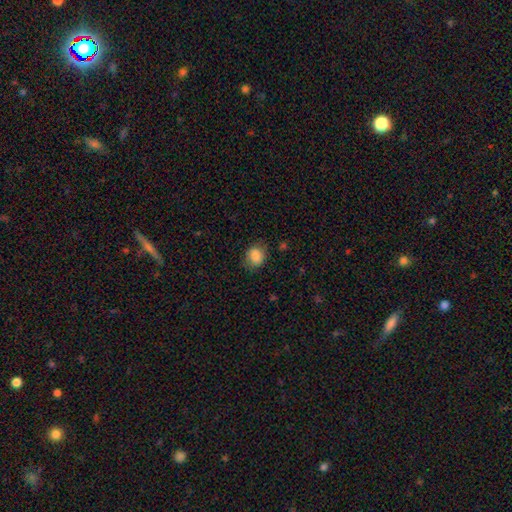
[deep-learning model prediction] smooth-or-featured: smooth: 86% | star or artifact: 8% | featured or disk: 5%
  how-rounded: round: 59% | in between: 40% | cigar-shaped: 1%
  merging: none: 78% | minor disturbance: 16% | major disturbance: 5% | merger: 1%